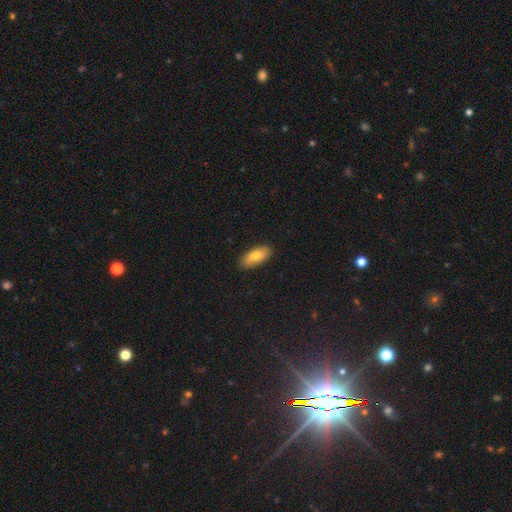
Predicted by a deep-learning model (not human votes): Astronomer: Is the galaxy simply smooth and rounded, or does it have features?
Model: smooth — 79%.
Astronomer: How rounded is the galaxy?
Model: in between — 86%.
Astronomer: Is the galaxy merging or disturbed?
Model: none — 88%.